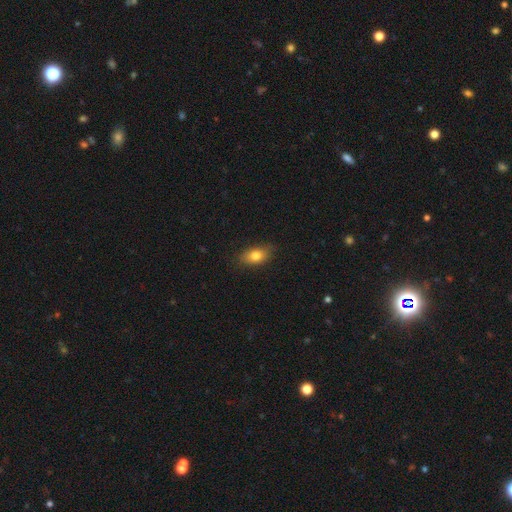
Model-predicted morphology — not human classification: A smooth galaxy with no disk features (79%) that is in between round and cigar-shaped (83%). Merging: none (83%).